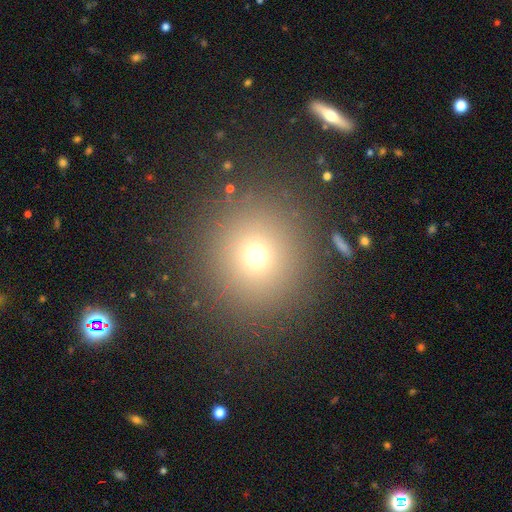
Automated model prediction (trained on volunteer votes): smooth 69%, star or artifact 22%, featured or disk 9%. Down the decision tree: how rounded — round (92%); merging — none (89%).